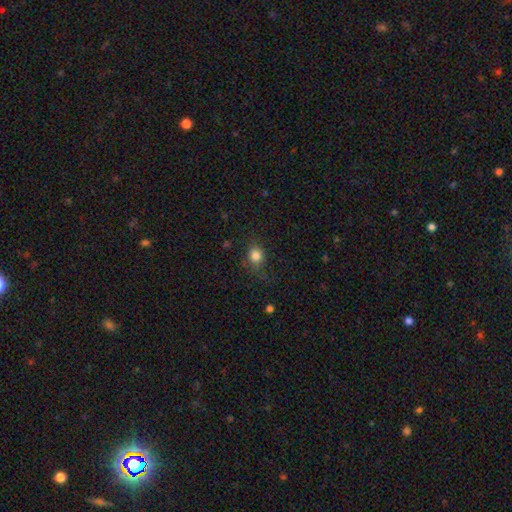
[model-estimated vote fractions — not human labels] Overall: smooth (83%). How rounded: round (70%). Merging: none (75%).